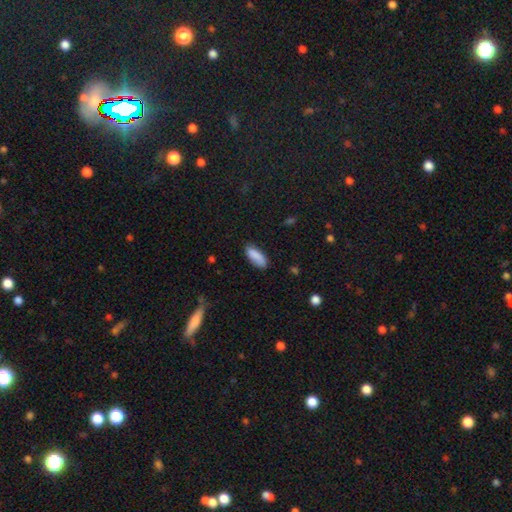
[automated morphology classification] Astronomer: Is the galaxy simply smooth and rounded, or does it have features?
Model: smooth — 87%.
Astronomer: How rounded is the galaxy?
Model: in between — 74%.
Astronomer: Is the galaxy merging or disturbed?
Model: none — 77%.